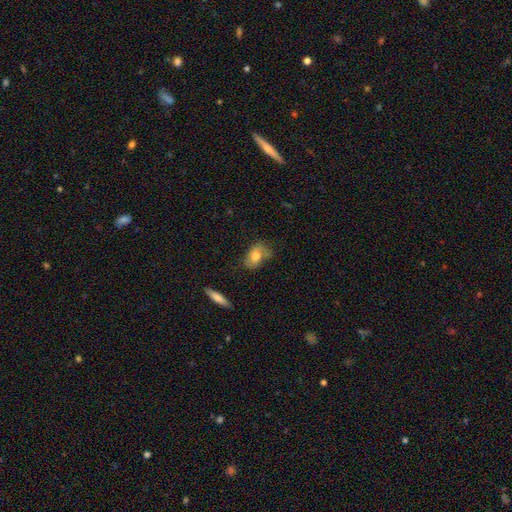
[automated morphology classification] Q: Smooth or featured?
A: smooth (72%); runner-up: featured or disk (21%)
Q: How rounded?
A: in between (85%); runner-up: round (12%)
Q: Merging?
A: none (54%); runner-up: minor disturbance (30%)